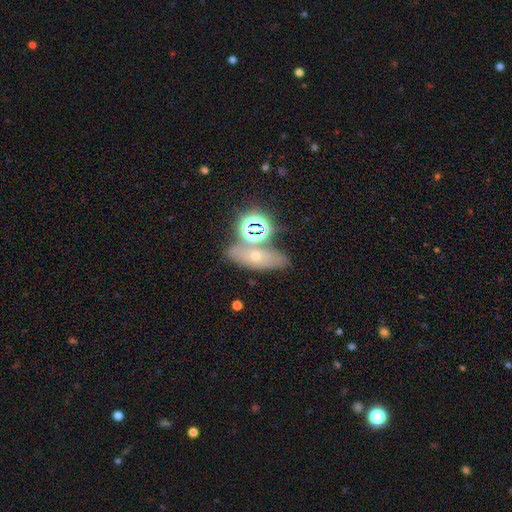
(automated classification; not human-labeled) The model was most divided on "smooth or featured": star or artifact: 36%, smooth: 34%, featured or disk: 30%.